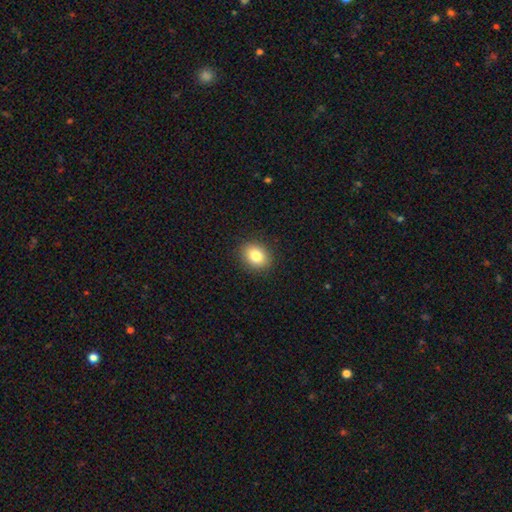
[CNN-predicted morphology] smooth 83%, star or artifact 10%, featured or disk 8%. Down the decision tree: how rounded — in between (54%); merging — none (90%).